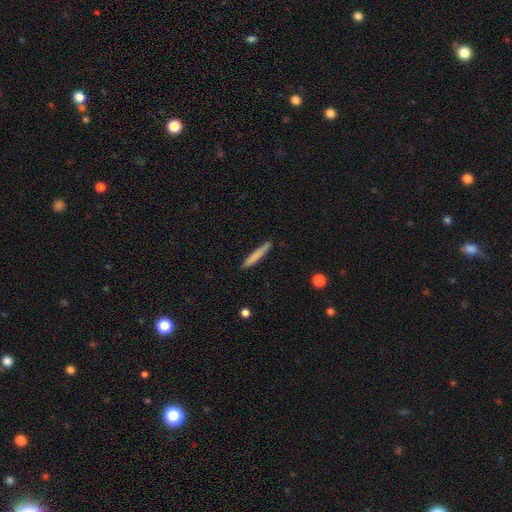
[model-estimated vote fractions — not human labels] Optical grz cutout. It shows a smooth galaxy with no disk features (78%) that is cigar-shaped (95%). Merging: none (86%).